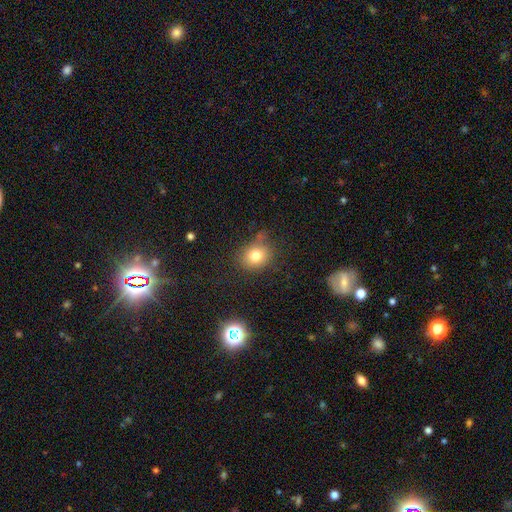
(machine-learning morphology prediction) type=smooth (78%); roundness=round (62%); merging=none (69%).